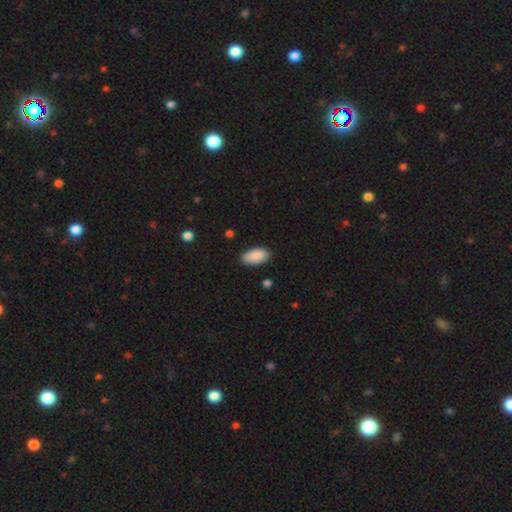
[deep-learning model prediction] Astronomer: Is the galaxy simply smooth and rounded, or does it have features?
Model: smooth — 90%.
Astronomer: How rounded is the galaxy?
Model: in between — 94%.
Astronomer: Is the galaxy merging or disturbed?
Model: none — 85%.